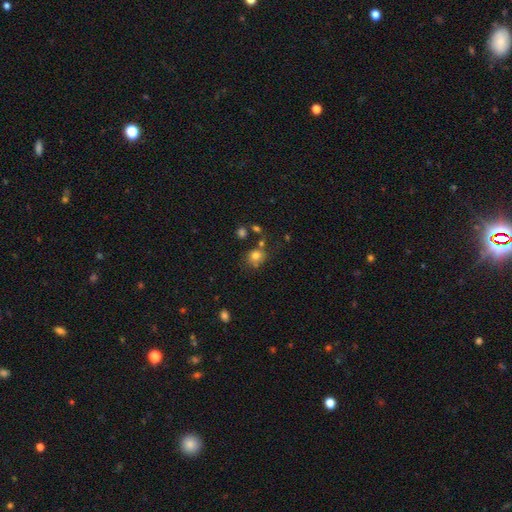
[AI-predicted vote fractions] smooth 77%, star or artifact 13%, featured or disk 9%. Down the decision tree: how rounded — round (72%); merging — none (67%).